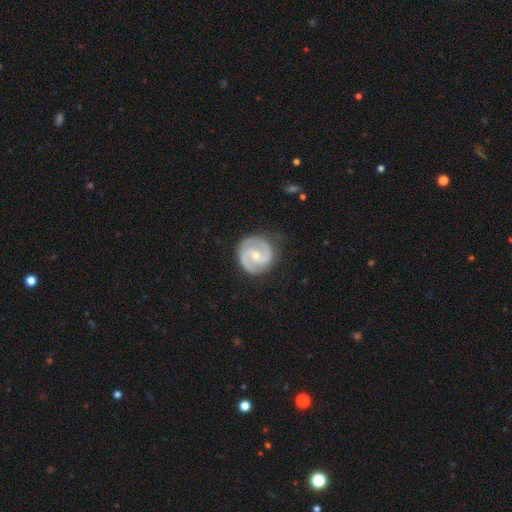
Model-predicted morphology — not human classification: A featured or disk galaxy (88%) with a weak bar (46%), 2 (91%) tight (46%) spiral arms (97%) and a moderate central bulge (56%). Merging: none (82%).